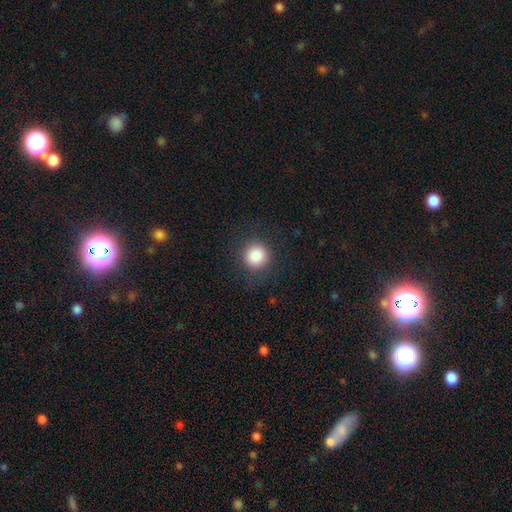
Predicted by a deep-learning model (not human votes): smooth_or_featured: smooth (p=0.86) [alt: star or artifact p=0.09]
how_rounded: round (p=0.93) [alt: in between p=0.06]
merging: none (p=0.87) [alt: minor disturbance p=0.08]